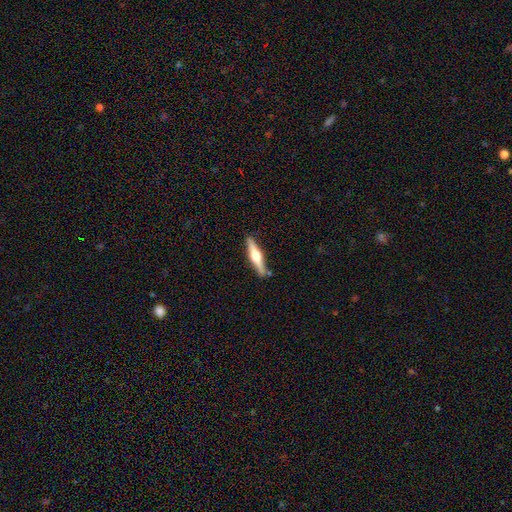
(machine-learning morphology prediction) smooth_or_featured: featured or disk (p=0.68) [alt: smooth p=0.27]
disk_edge_on: yes (p=0.97) [alt: no p=0.03]
edge_on_bulge: rounded (p=0.95) [alt: boxy p=0.03]
merging: none (p=0.87) [alt: minor disturbance p=0.09]